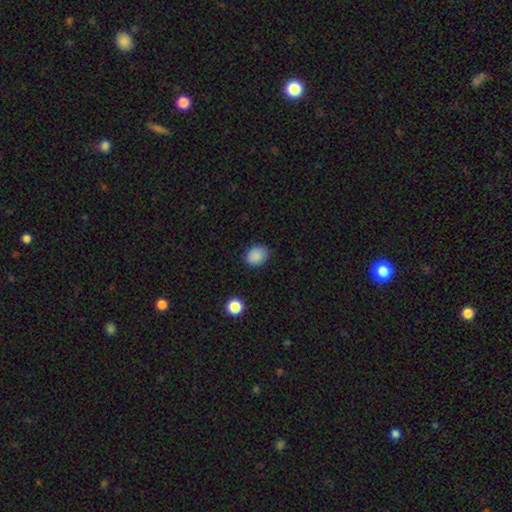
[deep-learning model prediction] Overall: smooth (87%). How rounded: in between (53%; round 46%). Merging: none (80%).